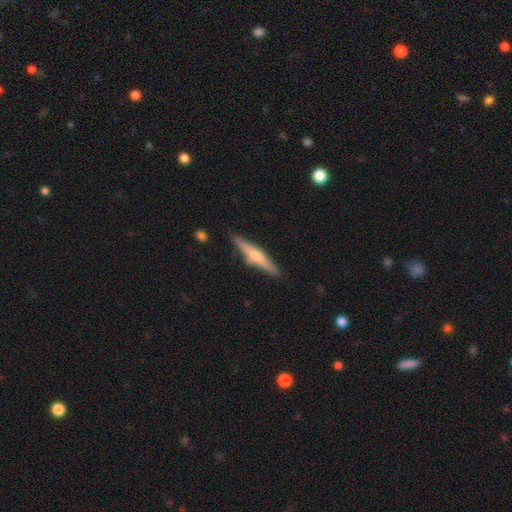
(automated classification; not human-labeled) featured or disk 51%, smooth 43%, star or artifact 6%. Down the decision tree: edge-on disk — yes (96%); merging — none (85%).